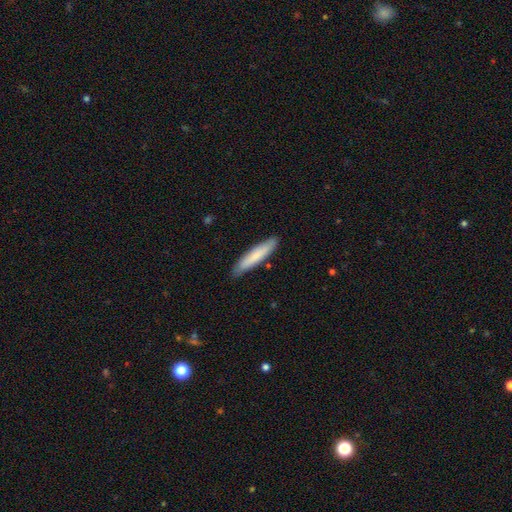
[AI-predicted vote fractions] Smooth or featured? Predicted: smooth (p=0.75). How rounded? Predicted: cigar-shaped (p=0.88). Merging? Predicted: none (p=0.87).